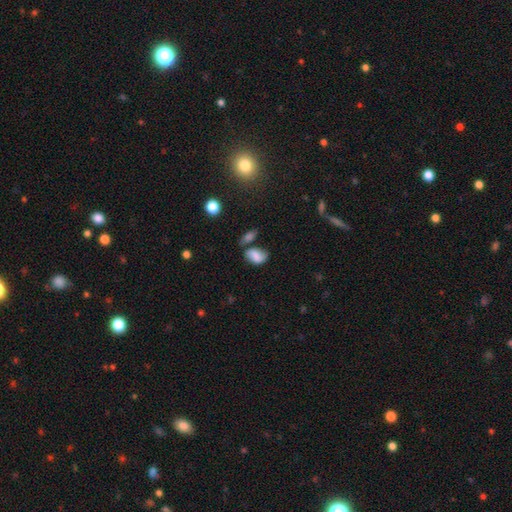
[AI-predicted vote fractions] A smooth galaxy with no disk features (70%) that is in between round and cigar-shaped (84%).

Vote fractions:
- Smooth or featured? smooth: 70% / featured or disk: 19% / star or artifact: 10%
- How rounded? in between: 84% / round: 14% / cigar-shaped: 2%
- Merging? none: 42% / minor disturbance: 26% / merger: 22% / major disturbance: 11%